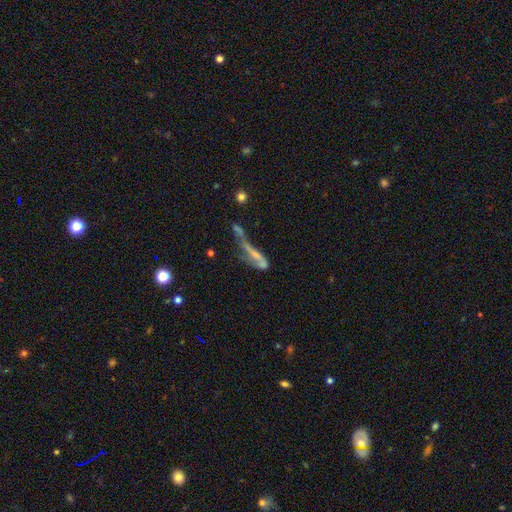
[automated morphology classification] Overall: featured or disk (52%; smooth 35%). Edge-on disk: no (72%). Merging: merger (37%; major disturbance 34%).